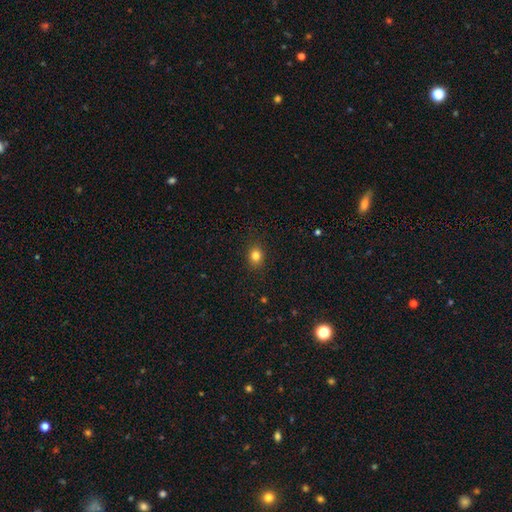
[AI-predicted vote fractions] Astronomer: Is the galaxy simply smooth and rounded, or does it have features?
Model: smooth — 81%.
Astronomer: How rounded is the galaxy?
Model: round — 64%.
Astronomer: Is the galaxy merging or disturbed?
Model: none — 87%.